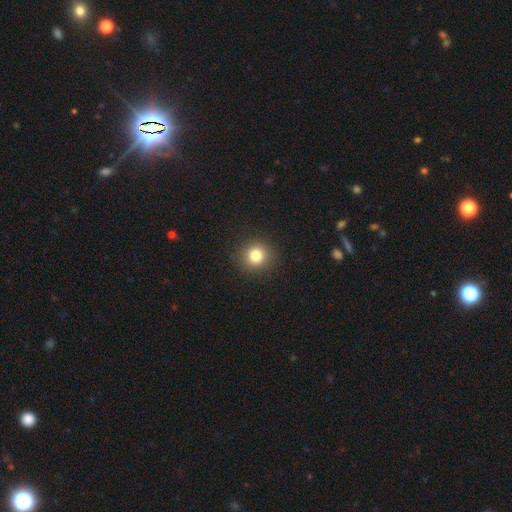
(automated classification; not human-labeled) Morphology: type=smooth (81%); roundness=round (91%); merging=none (91%).